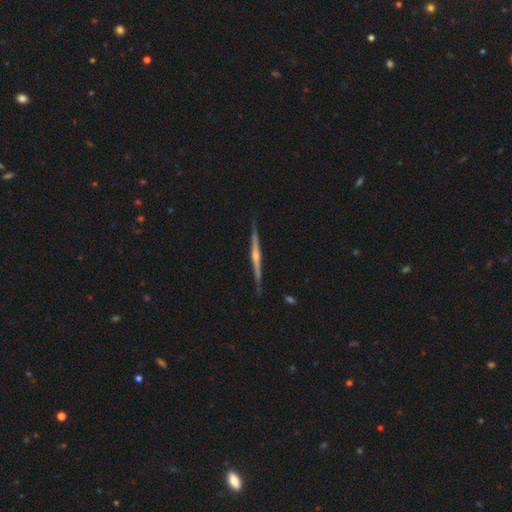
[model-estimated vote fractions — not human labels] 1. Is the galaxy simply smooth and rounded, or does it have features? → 81% featured or disk, 13% smooth, 6% star or artifact.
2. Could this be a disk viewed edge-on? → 98% yes, 2% no.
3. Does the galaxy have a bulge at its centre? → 73% rounded, 18% none, 9% boxy.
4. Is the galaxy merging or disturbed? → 89% none, 8% minor disturbance, 2% major disturbance, 1% merger.